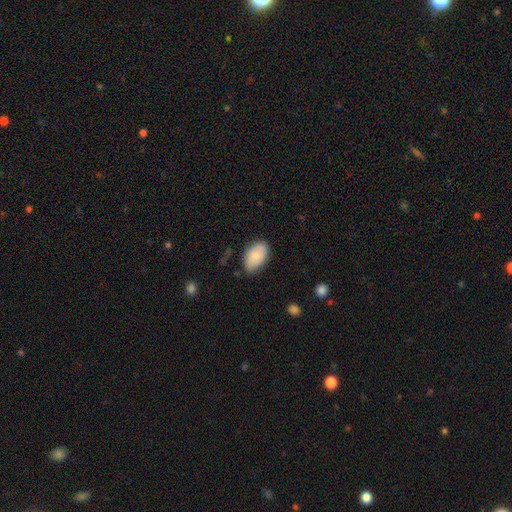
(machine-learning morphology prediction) A smooth galaxy with no disk features (84%) that is in between round and cigar-shaped (93%).

Vote fractions:
- Smooth or featured? smooth: 84% / featured or disk: 10% / star or artifact: 6%
- How rounded? in between: 93% / round: 6% / cigar-shaped: 1%
- Merging? none: 76% / minor disturbance: 19% / major disturbance: 3% / merger: 2%